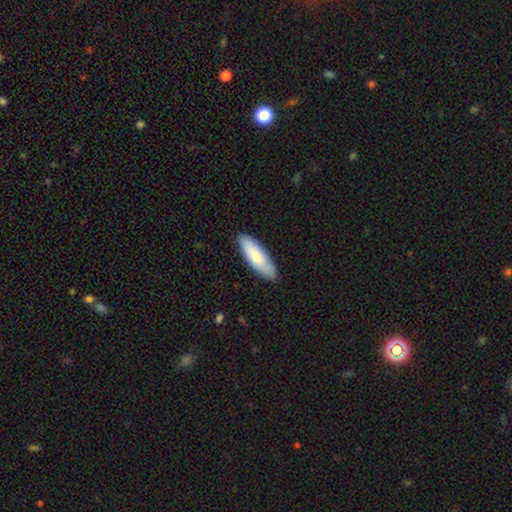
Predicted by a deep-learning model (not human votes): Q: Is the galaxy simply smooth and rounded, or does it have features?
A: smooth — 80%.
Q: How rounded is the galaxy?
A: in between — 52%.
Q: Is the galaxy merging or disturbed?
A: none — 87%.